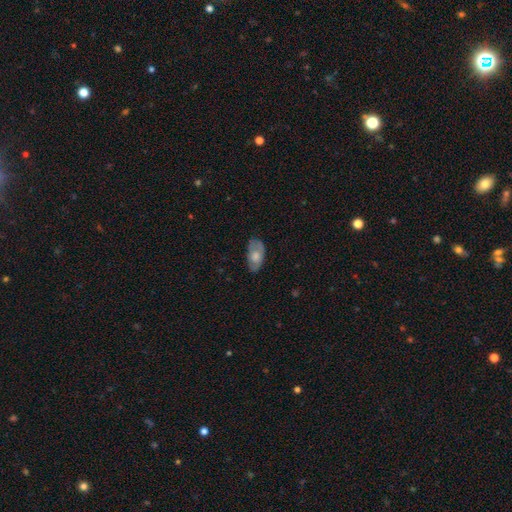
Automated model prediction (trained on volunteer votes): smooth_or_featured: smooth (p=0.60) [alt: featured or disk p=0.33]
how_rounded: in between (p=0.93) [alt: round p=0.04]
merging: none (p=0.71) [alt: minor disturbance p=0.22]